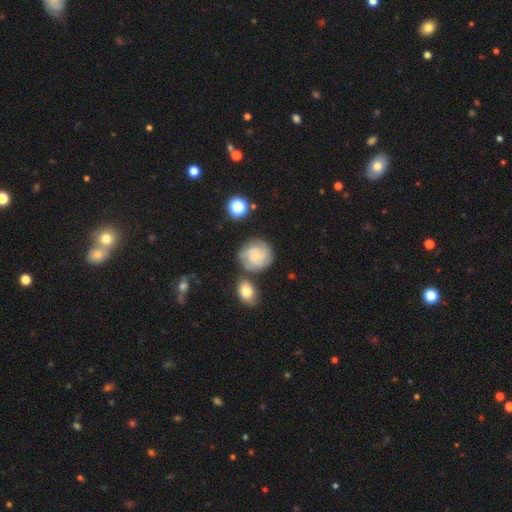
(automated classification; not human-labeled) Smooth or featured?
  - featured or disk: 56% *
  - smooth: 34%
  - star or artifact: 9%
Edge-on disk?
  - no: 97% *
  - yes: 3%
Bar?
  - no: 73% *
  - weak: 23%
  - strong: 4%
Spiral arms?
  - yes: 88% *
  - no: 12%
Bulge size?
  - small: 53% *
  - none: 26%
  - moderate: 16%
  - large: 4%
  - dominant: 2%
Merging?
  - none: 65% *
  - minor disturbance: 17%
  - merger: 11%
  - major disturbance: 7%